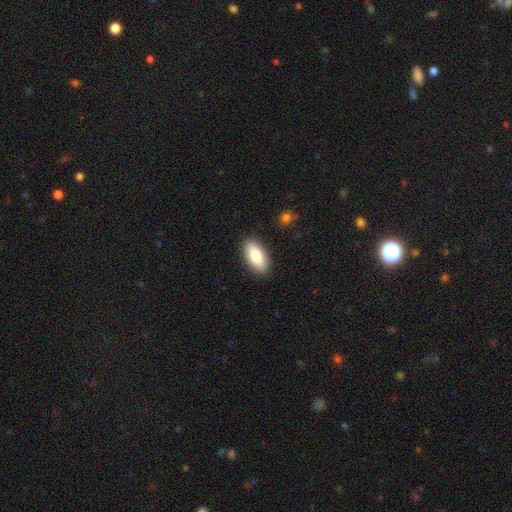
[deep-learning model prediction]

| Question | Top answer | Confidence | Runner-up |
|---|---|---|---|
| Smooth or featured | smooth | 83% | featured or disk (11%) |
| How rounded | in between | 89% | cigar-shaped (9%) |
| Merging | none | 89% | minor disturbance (8%) |